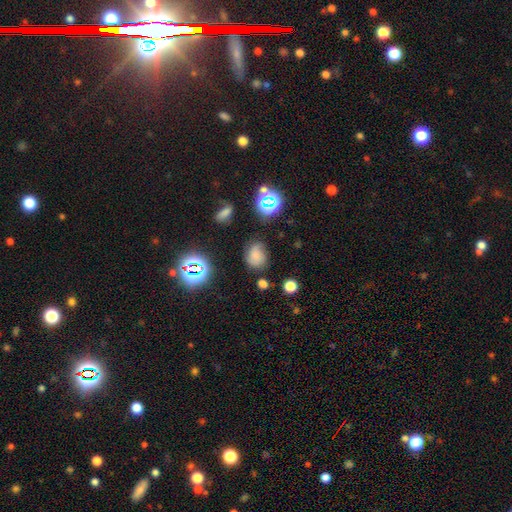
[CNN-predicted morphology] Smooth or featured: smooth — 57% (featured or disk — 23%)
How rounded: in between — 53% (round — 46%)
Merging: none — 60% (minor disturbance — 26%)